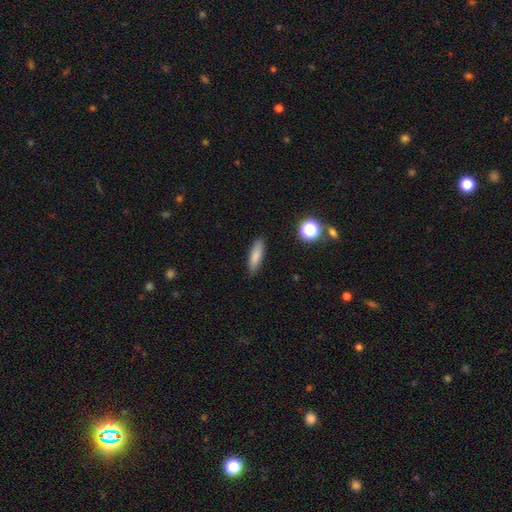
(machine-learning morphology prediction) Smooth or featured? Predicted: smooth (p=0.83). How rounded? Predicted: cigar-shaped (p=0.56). Merging? Predicted: none (p=0.86).